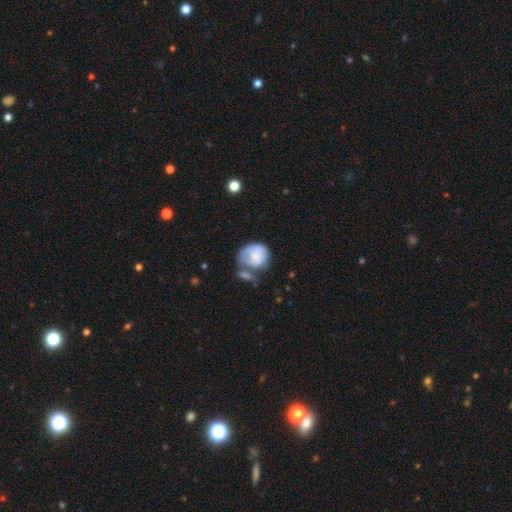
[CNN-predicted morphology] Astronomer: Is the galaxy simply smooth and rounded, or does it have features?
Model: smooth — 61%.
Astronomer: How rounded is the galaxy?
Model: round — 67%.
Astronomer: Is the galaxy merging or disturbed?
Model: merger — 29% (runner-up: none, 26%).